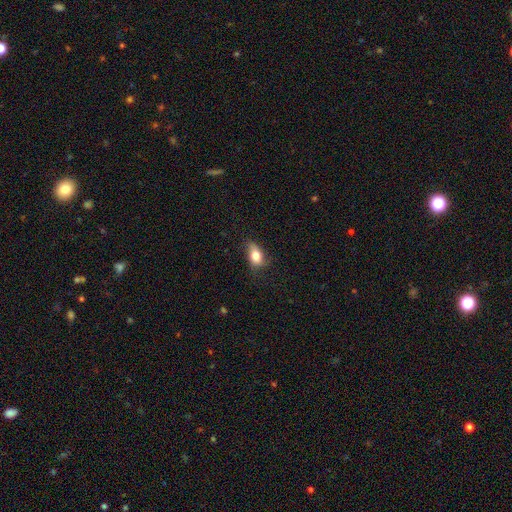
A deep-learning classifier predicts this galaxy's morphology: Smooth or featured: smooth — 72% (featured or disk — 19%)
How rounded: in between — 82% (round — 13%)
Merging: none — 60% (minor disturbance — 27%)